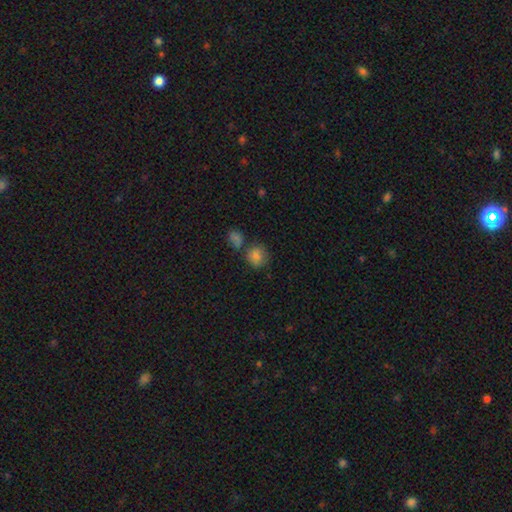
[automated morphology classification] Smooth or featured: smooth — 80% (star or artifact — 12%)
How rounded: round — 83% (in between — 16%)
Merging: none — 62% (merger — 22%)